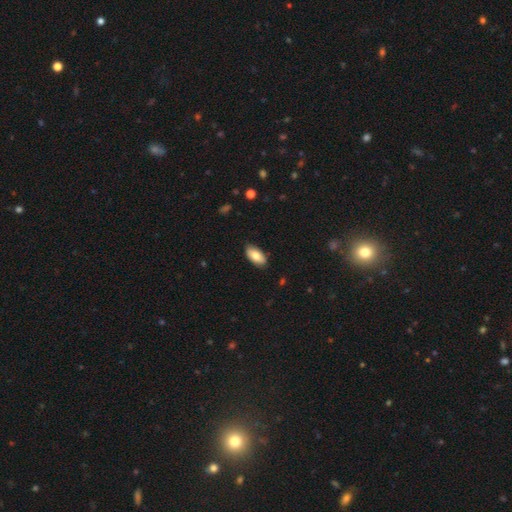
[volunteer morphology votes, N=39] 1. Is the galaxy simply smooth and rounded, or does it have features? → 85% smooth, 10% featured or disk, 5% star or artifact.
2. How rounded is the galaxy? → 91% in between, 9% cigar-shaped, 0% round.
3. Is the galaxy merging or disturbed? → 81% none, 11% minor disturbance, 5% major disturbance, 3% merger.